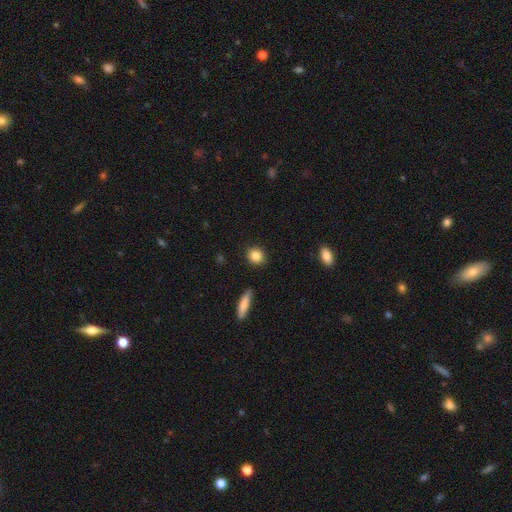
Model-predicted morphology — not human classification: Smooth or featured?
  - smooth: 85% *
  - star or artifact: 9%
  - featured or disk: 6%
How rounded?
  - round: 78% *
  - in between: 19%
  - cigar-shaped: 2%
Merging?
  - none: 89% *
  - minor disturbance: 7%
  - major disturbance: 2%
  - merger: 2%